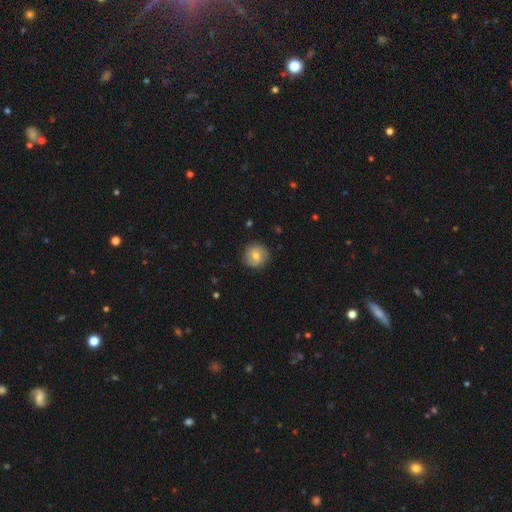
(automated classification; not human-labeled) A smooth galaxy with no disk features (65%) that is round (92%).

Vote fractions:
- Smooth or featured? smooth: 65% / featured or disk: 27% / star or artifact: 8%
- How rounded? round: 92% / in between: 7% / cigar-shaped: 1%
- Merging? none: 87% / minor disturbance: 9% / major disturbance: 2% / merger: 1%